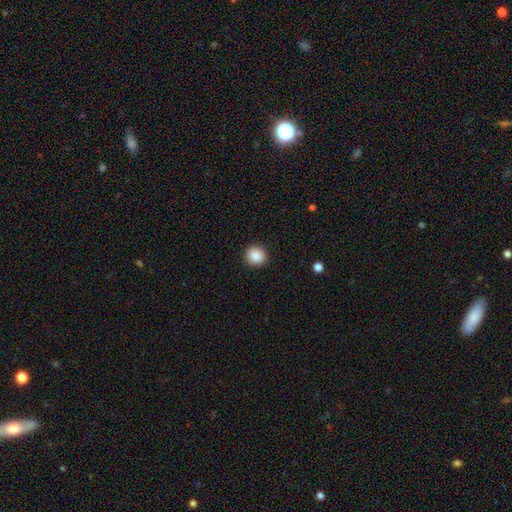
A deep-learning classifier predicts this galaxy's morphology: This is clearly a smooth galaxy (89%). How rounded: clearly round (87%). Merging: clearly none (92%).